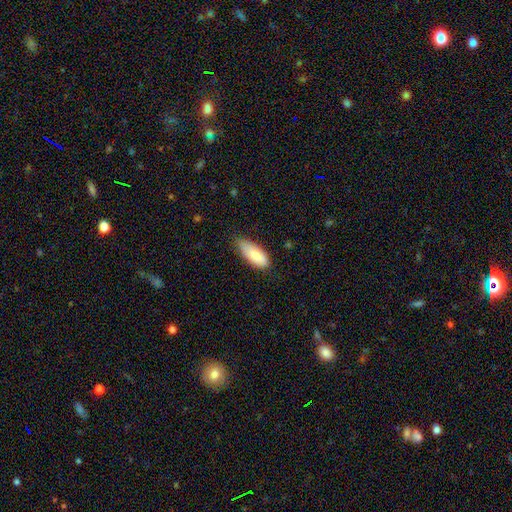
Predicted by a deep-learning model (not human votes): A smooth galaxy with no disk features (81%) that is in between round and cigar-shaped (84%). Merging: none (55%).